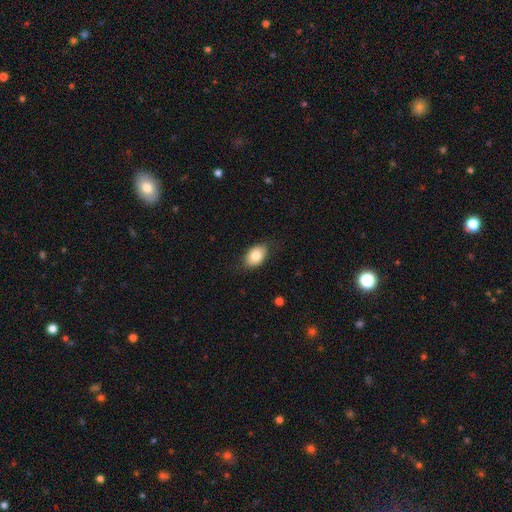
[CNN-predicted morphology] This is clearly a smooth galaxy (82%). How rounded: clearly in between (88%). Merging: likely none (80%).